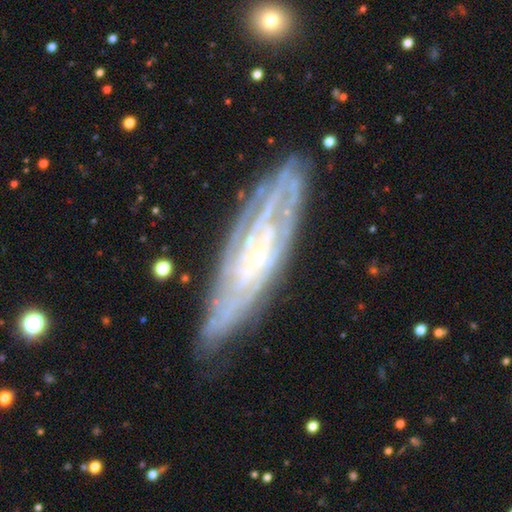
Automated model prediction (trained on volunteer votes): This is clearly a featured or disk galaxy (81%). It is likely not viewed edge-on (70%). Bar: likely no (63%). Spiral arm pattern: clearly yes (90%). Spiral arm count: possibly can't tell (52%). Spiral winding: likely tight (74%). Central bulge: likely small (72%). Merging: likely none (78%).